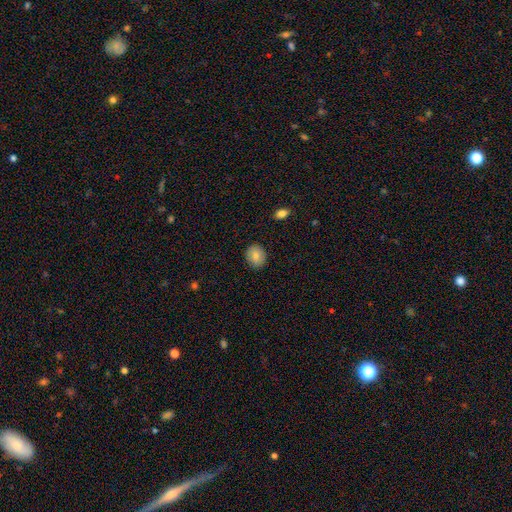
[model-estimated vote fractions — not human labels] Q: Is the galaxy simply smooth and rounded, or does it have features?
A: smooth — 83%.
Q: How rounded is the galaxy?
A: round — 59%.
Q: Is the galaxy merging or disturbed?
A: none — 89%.